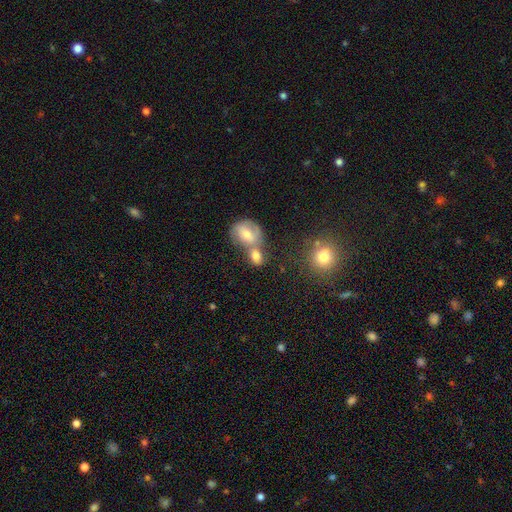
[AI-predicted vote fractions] This is likely a smooth galaxy (70%). How rounded: possibly in between (58%). Merging: possibly merger (53%).